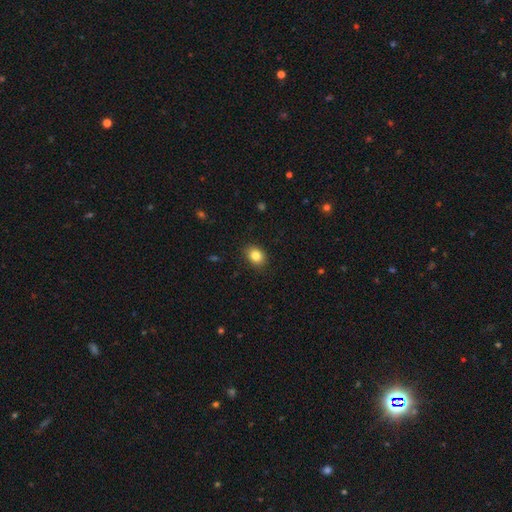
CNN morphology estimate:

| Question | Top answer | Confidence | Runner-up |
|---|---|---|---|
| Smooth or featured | smooth | 83% | star or artifact (10%) |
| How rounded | in between | 60% | round (39%) |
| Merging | none | 89% | minor disturbance (8%) |